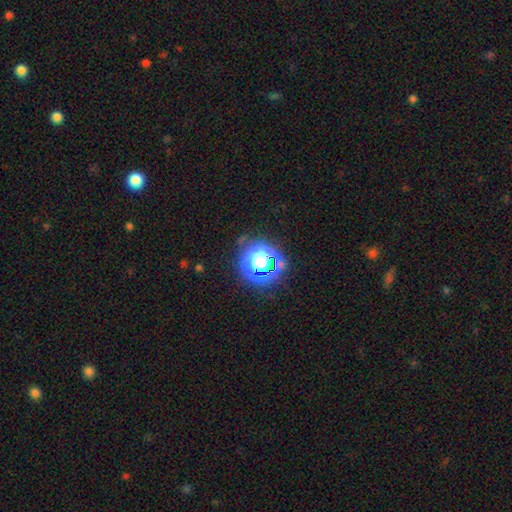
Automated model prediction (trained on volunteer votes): Morphology: type=star or artifact (74%).